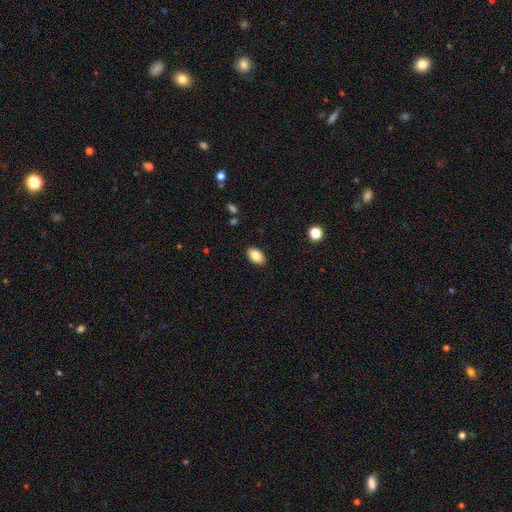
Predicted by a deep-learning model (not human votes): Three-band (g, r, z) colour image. It shows a smooth galaxy with no disk features (85%) that is in between round and cigar-shaped (91%). Merging: none (88%).